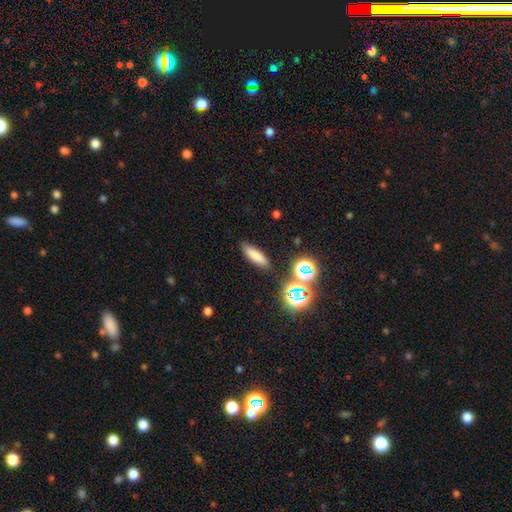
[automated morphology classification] This appears to be a smooth galaxy with no disk features (75%) that is cigar-shaped (50%). Merging: none (86%).